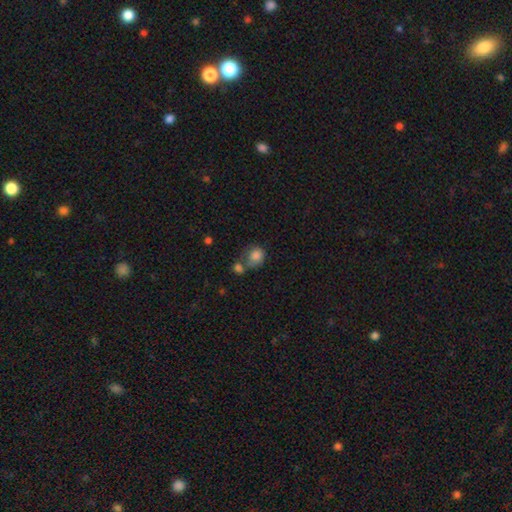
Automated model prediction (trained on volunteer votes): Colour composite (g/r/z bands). It shows a smooth galaxy with no disk features (82%) that is round (64%). Merging: merger (39%).